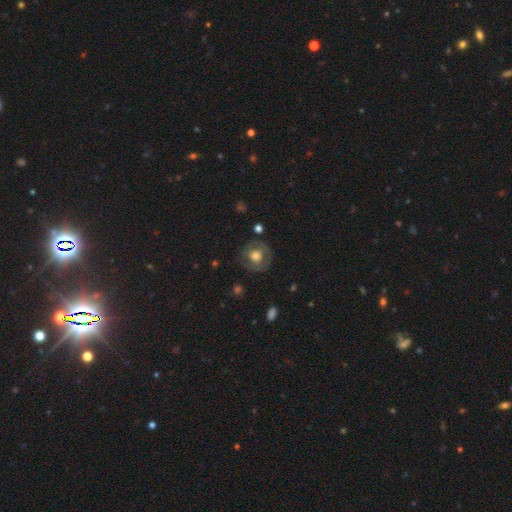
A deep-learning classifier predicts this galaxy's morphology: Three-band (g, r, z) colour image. It shows a smooth galaxy with no disk features (52%) that is round (88%). Merging: none (80%).